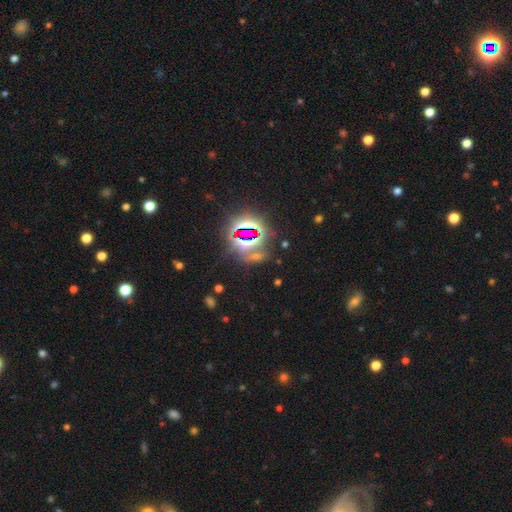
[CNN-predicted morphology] This appears to be a star or artifact, not a galaxy (75%).